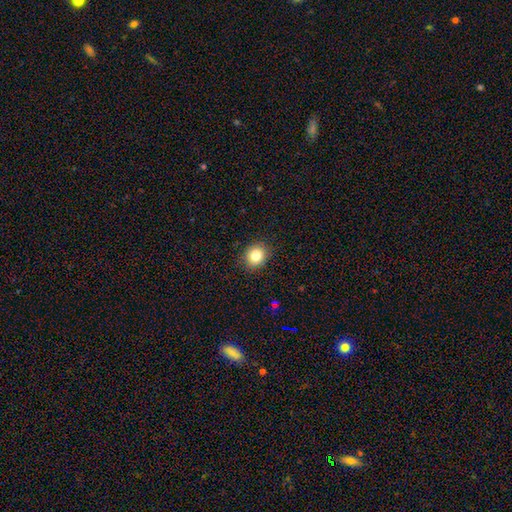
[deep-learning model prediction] A smooth galaxy with no disk features (83%) that is round (68%).

Vote fractions:
- Smooth or featured? smooth: 83% / star or artifact: 10% / featured or disk: 7%
- How rounded? round: 68% / in between: 31% / cigar-shaped: 1%
- Merging? none: 89% / minor disturbance: 8% / major disturbance: 2% / merger: 1%